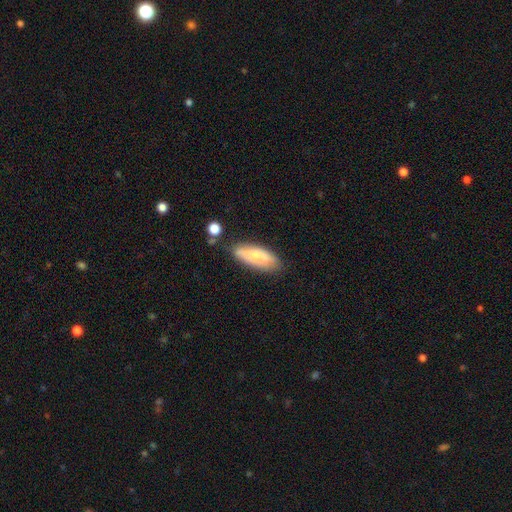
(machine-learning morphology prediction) Smooth or featured? Predicted: smooth (p=0.67). How rounded? Predicted: in between (p=0.72). Merging? Predicted: none (p=0.70).